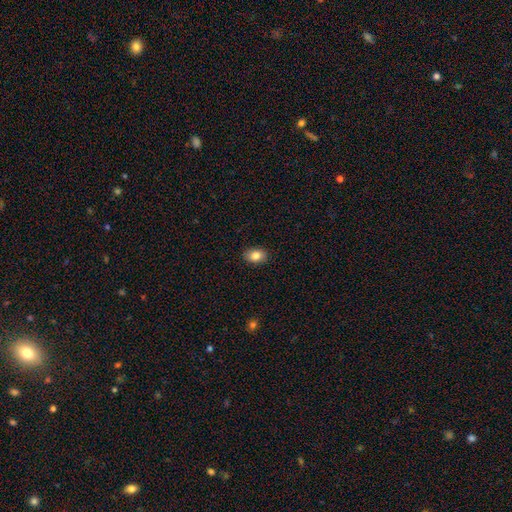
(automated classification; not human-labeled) Overall: smooth (84%). How rounded: in between (79%). Merging: none (89%).